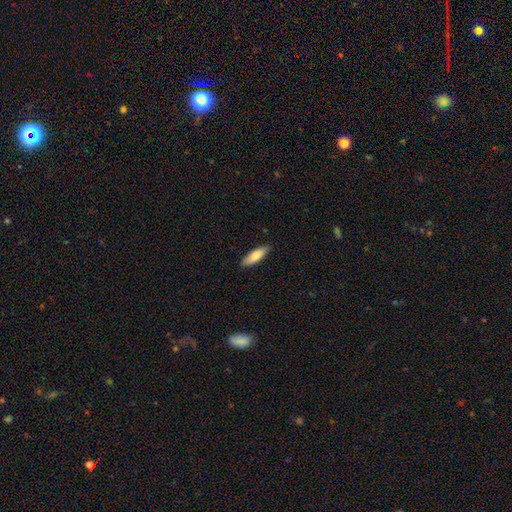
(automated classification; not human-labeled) This is clearly a smooth galaxy (81%). How rounded: possibly in between (57%). Merging: clearly none (86%).